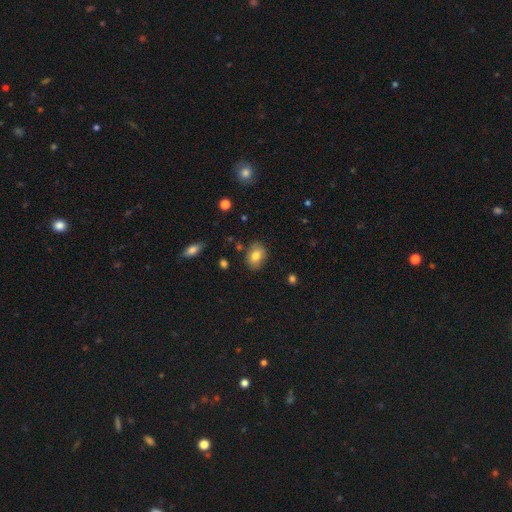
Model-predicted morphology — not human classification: type=smooth (79%); roundness=in between (71%); merging=none (82%).